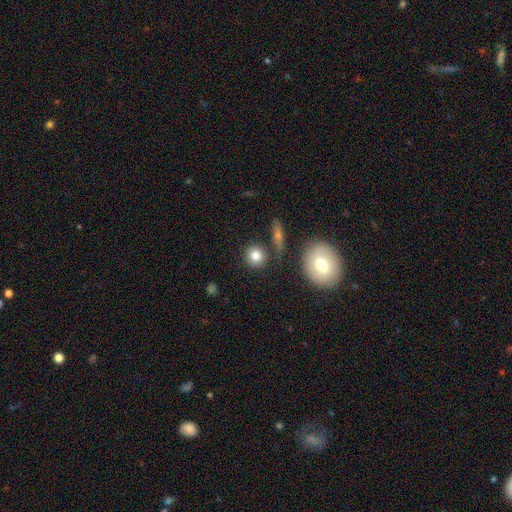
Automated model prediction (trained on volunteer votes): Smooth or featured? smooth (81%)
How rounded? round (87%)
Merging? none (80%)